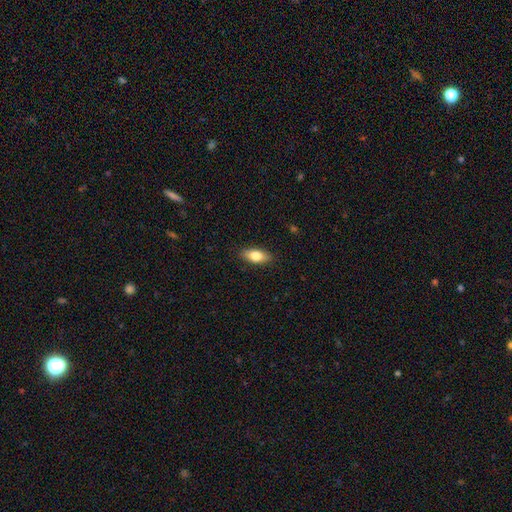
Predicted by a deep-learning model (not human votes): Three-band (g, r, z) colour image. It shows a smooth galaxy with no disk features (79%) that is in between round and cigar-shaped (84%). Merging: none (88%).